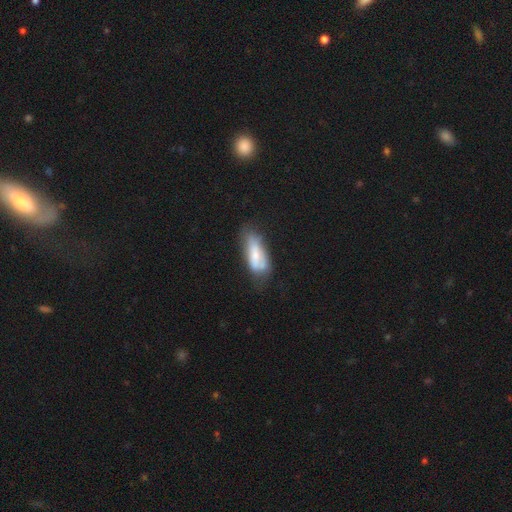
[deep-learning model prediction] This is possibly a smooth galaxy (59%). How rounded: likely in between (72%). Merging: marginally none (41%).